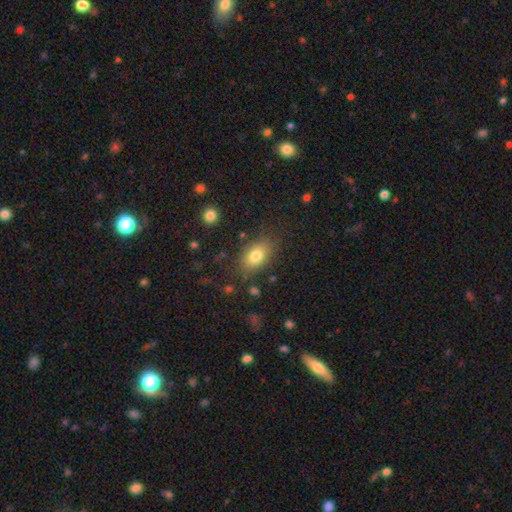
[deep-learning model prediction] Overall: smooth (79%). How rounded: in between (86%). Merging: none (79%).